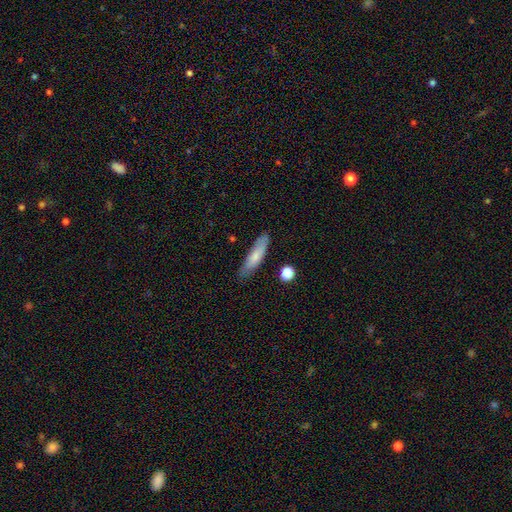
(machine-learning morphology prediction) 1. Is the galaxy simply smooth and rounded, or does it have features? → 74% smooth, 19% featured or disk, 6% star or artifact.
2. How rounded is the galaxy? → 70% cigar-shaped, 28% in between, 2% round.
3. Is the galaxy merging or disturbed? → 80% none, 15% minor disturbance, 3% major disturbance, 2% merger.